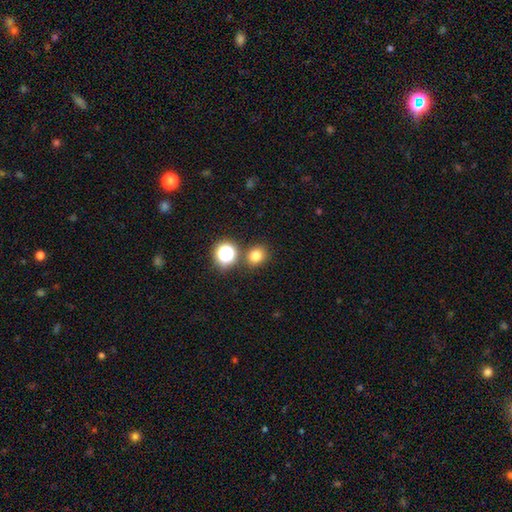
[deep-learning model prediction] smooth_or_featured: smooth (p=0.77) [alt: star or artifact p=0.17]
how_rounded: round (p=0.72) [alt: in between p=0.27]
merging: none (p=0.81) [alt: merger p=0.09]